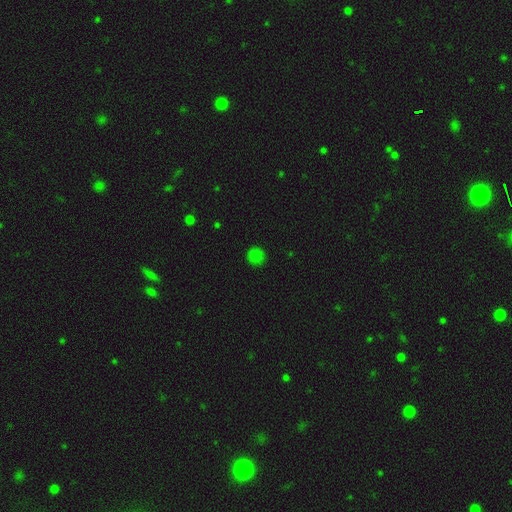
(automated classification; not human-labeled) smooth-or-featured: smooth: 80% | star or artifact: 15% | featured or disk: 5%
  how-rounded: round: 93% | in between: 6% | cigar-shaped: 1%
  merging: none: 89% | minor disturbance: 8% | major disturbance: 2% | merger: 1%